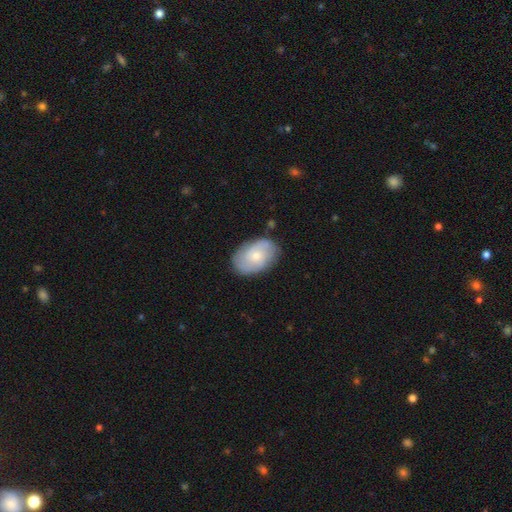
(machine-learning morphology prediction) A featured or disk galaxy (57%) with no bar (73%), spiral arms (86%) and a small central bulge (56%). Merging: none (78%).